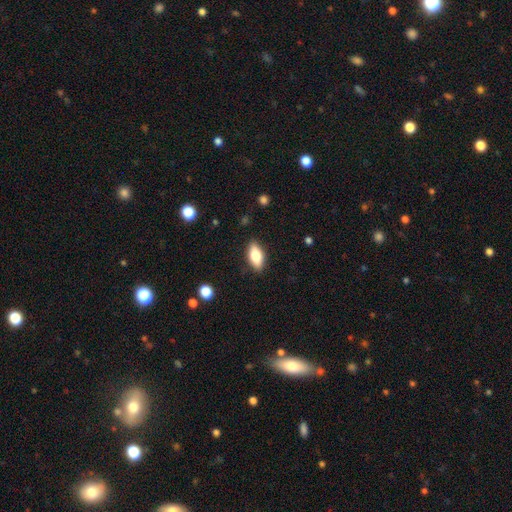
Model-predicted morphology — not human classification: This appears to be a smooth galaxy with no disk features (74%) that is in between round and cigar-shaped (84%). Merging: none (87%).